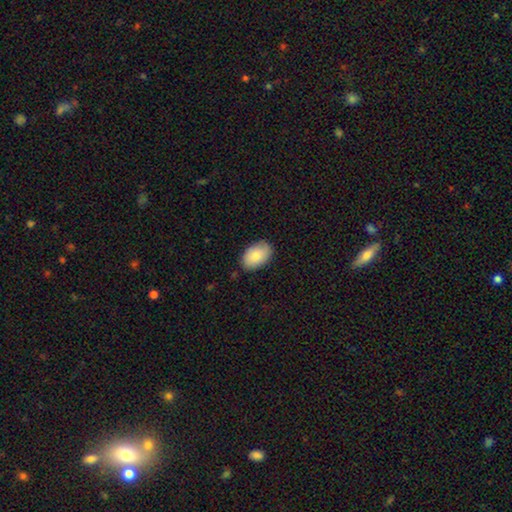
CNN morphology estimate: Smooth or featured? smooth (83%)
How rounded? in between (91%)
Merging? none (84%)